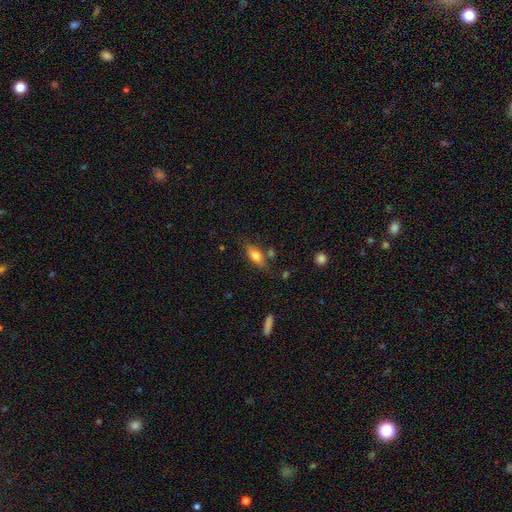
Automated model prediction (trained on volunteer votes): Smooth or featured?
  - smooth: 69% *
  - featured or disk: 24%
  - star or artifact: 7%
How rounded?
  - in between: 74% *
  - cigar-shaped: 23%
  - round: 4%
Merging?
  - none: 68% *
  - minor disturbance: 18%
  - merger: 9%
  - major disturbance: 5%